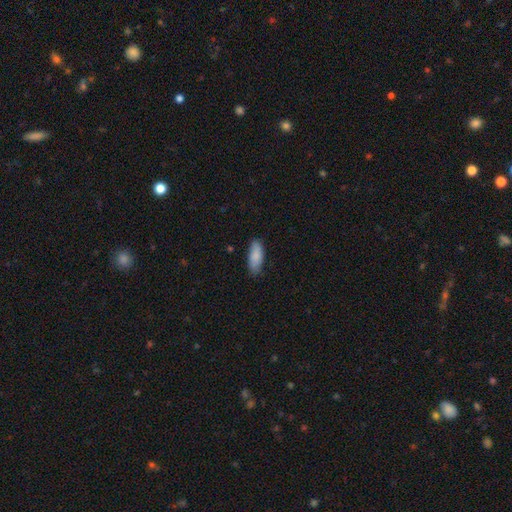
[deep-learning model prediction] smooth_or_featured: smooth (p=0.86) [alt: featured or disk p=0.08]
how_rounded: in between (p=0.74) [alt: cigar-shaped p=0.24]
merging: none (p=0.80) [alt: minor disturbance p=0.16]